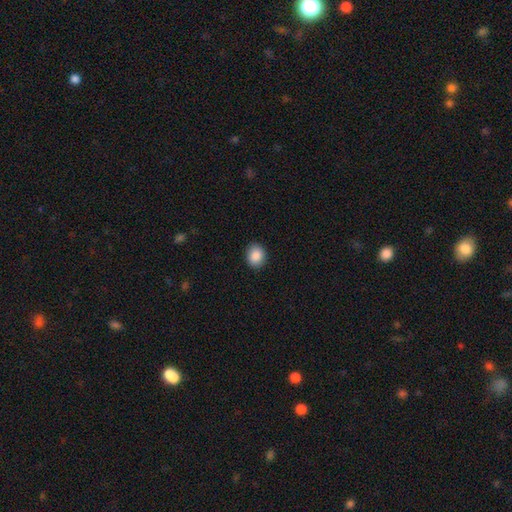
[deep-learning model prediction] smooth 88%, star or artifact 8%, featured or disk 4%. Down the decision tree: how rounded — round (67%); merging — none (90%).